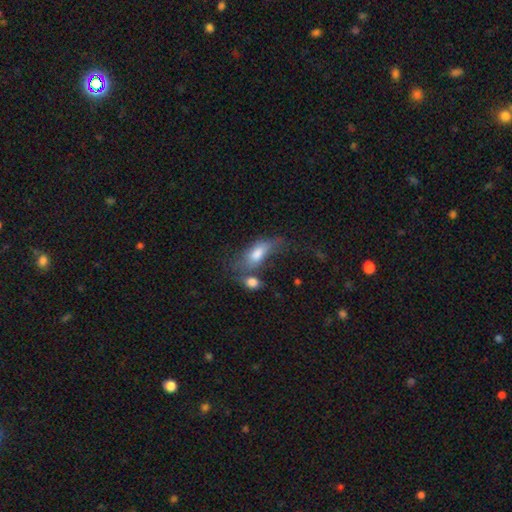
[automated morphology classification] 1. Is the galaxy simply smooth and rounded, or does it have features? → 59% smooth, 28% featured or disk, 12% star or artifact.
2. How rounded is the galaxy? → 73% in between, 19% cigar-shaped, 7% round.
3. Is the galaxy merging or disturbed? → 34% none, 25% merger, 21% major disturbance, 20% minor disturbance.